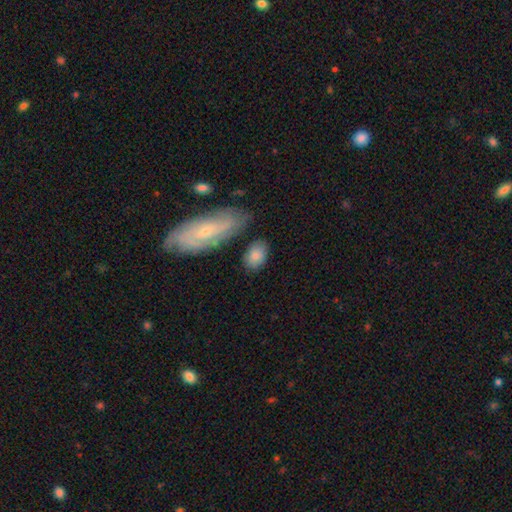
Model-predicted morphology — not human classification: smooth 79%, featured or disk 15%, star or artifact 6%. Down the decision tree: how rounded — in between (84%); merging — none (70%).